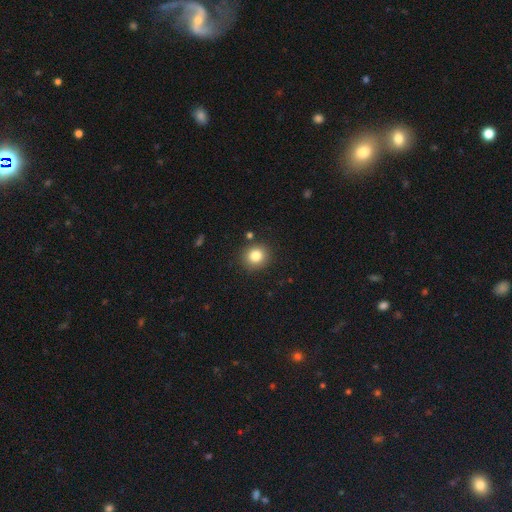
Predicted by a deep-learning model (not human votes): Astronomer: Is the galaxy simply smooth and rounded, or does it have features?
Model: smooth — 82%.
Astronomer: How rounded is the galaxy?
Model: round — 88%.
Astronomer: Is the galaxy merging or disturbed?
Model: none — 87%.